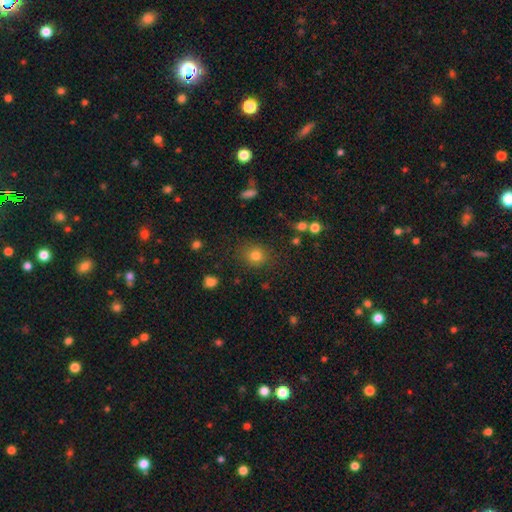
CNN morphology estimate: Smooth or featured? smooth (79%)
How rounded? round (75%)
Merging? none (83%)